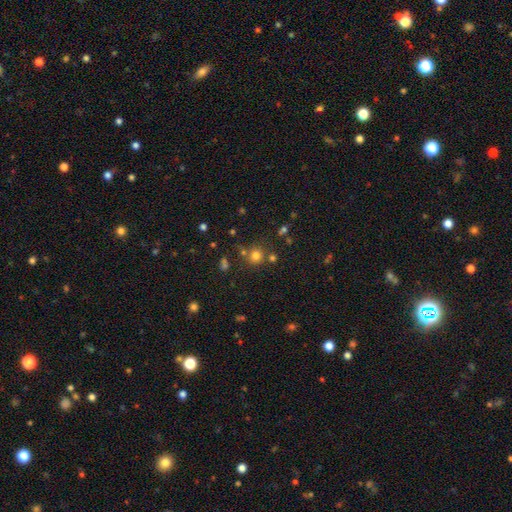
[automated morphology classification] smooth_or_featured: smooth (p=0.74) [alt: star or artifact p=0.19]
how_rounded: round (p=0.90) [alt: in between p=0.09]
merging: none (p=0.74) [alt: merger p=0.12]